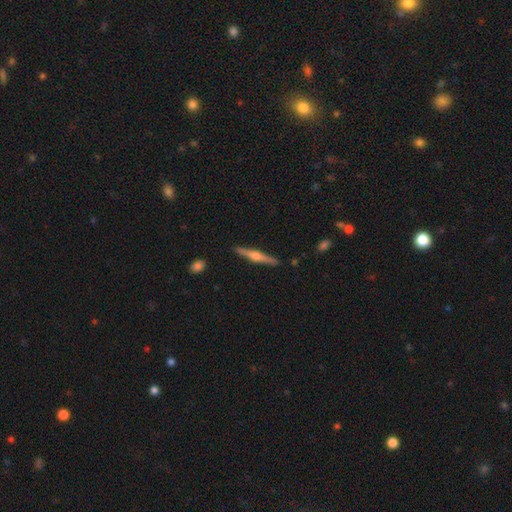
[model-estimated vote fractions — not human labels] smooth_or_featured: featured or disk (p=0.74) [alt: smooth p=0.21]
disk_edge_on: yes (p=0.98) [alt: no p=0.02]
edge_on_bulge: rounded (p=0.91) [alt: boxy p=0.05]
merging: none (p=0.91) [alt: minor disturbance p=0.07]